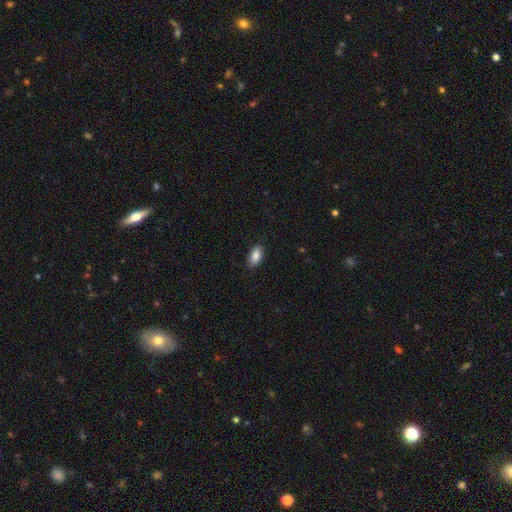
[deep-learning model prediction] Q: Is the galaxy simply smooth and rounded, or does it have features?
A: smooth — 87%.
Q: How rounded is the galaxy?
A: in between — 92%.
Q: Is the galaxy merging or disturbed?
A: none — 86%.